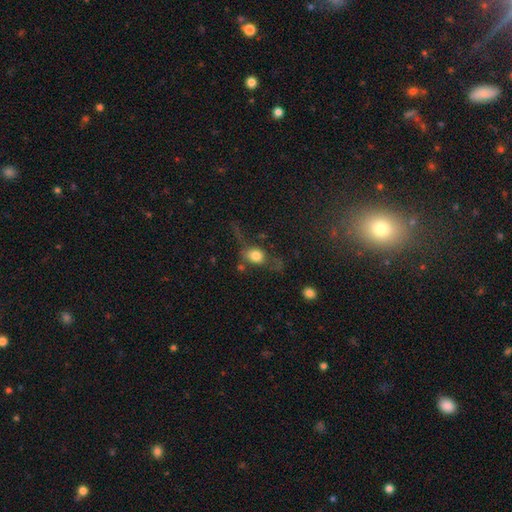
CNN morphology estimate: A smooth galaxy with no disk features (69%) that is round (49%).

Vote fractions:
- Smooth or featured? smooth: 69% / featured or disk: 21% / star or artifact: 10%
- How rounded? round: 49% / in between: 48% / cigar-shaped: 4%
- Merging? none: 42% / major disturbance: 30% / minor disturbance: 21% / merger: 7%